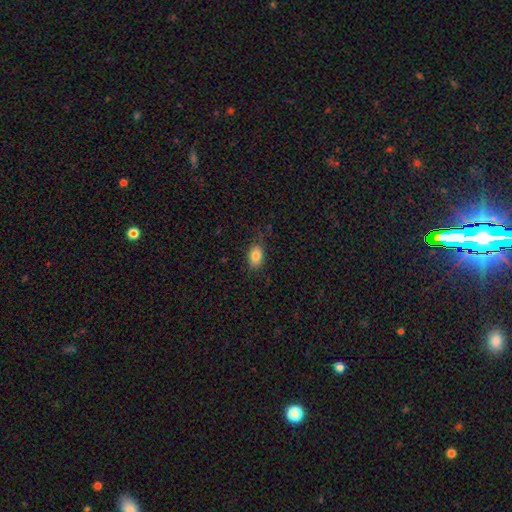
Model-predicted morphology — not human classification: This is clearly a smooth galaxy (85%). How rounded: clearly in between (85%). Merging: clearly none (82%).